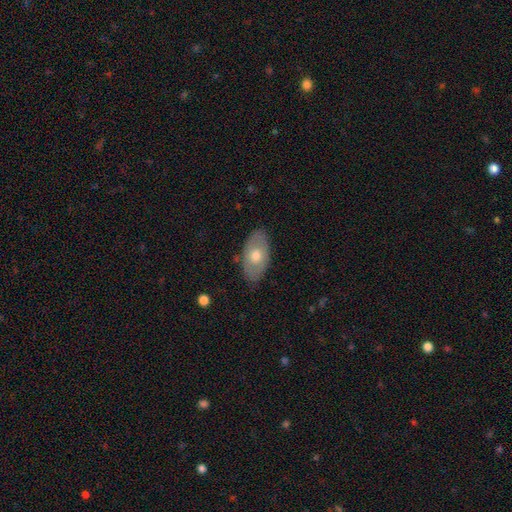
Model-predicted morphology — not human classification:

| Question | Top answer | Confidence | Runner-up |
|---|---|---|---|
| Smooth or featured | smooth | 57% | featured or disk (37%) |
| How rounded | in between | 92% | round (6%) |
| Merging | none | 83% | minor disturbance (13%) |